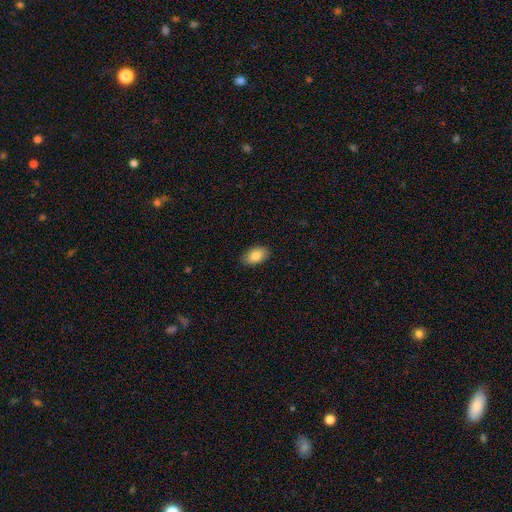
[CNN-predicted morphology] This is clearly a smooth galaxy (84%). How rounded: clearly in between (93%). Merging: clearly none (88%).